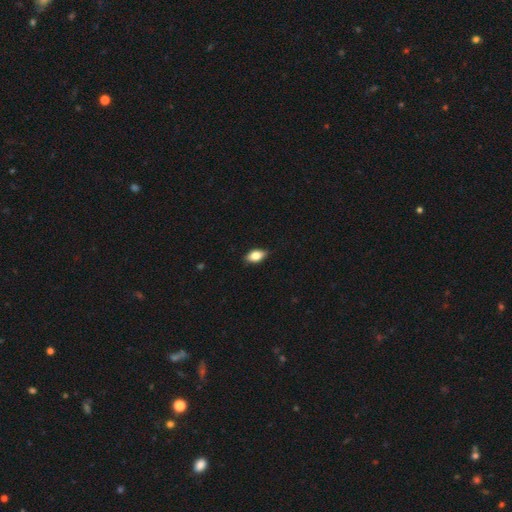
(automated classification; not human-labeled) smooth-or-featured: smooth: 79% | featured or disk: 14% | star or artifact: 7%
  how-rounded: in between: 88% | round: 6% | cigar-shaped: 5%
  merging: none: 84% | minor disturbance: 13% | major disturbance: 2% | merger: 1%